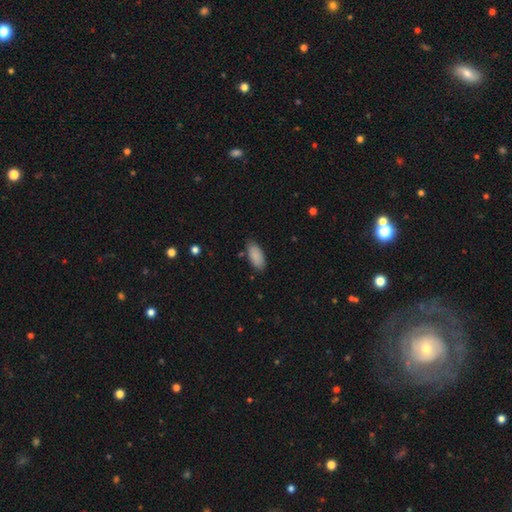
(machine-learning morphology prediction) A smooth galaxy with no disk features (88%) that is in between round and cigar-shaped (91%). Merging: none (79%).